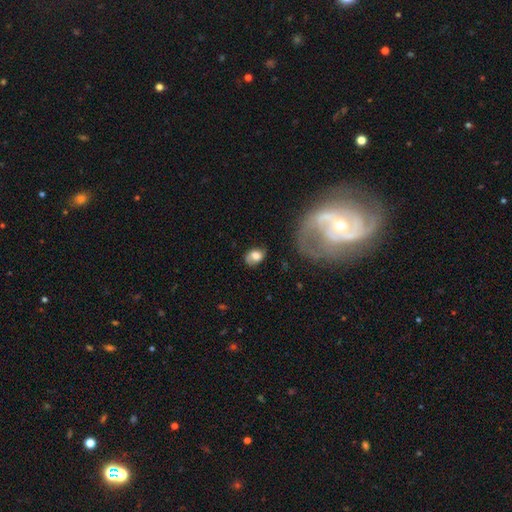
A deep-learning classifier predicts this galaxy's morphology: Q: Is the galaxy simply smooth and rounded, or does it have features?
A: smooth — 61%.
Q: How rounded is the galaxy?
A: in between — 69%.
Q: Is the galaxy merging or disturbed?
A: none — 59%.